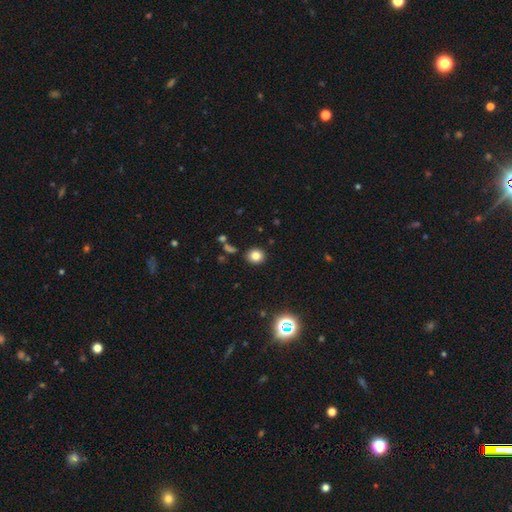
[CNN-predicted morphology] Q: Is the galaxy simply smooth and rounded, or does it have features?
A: smooth — 81%.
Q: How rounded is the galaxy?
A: round — 81%.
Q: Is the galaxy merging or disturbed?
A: none — 88%.